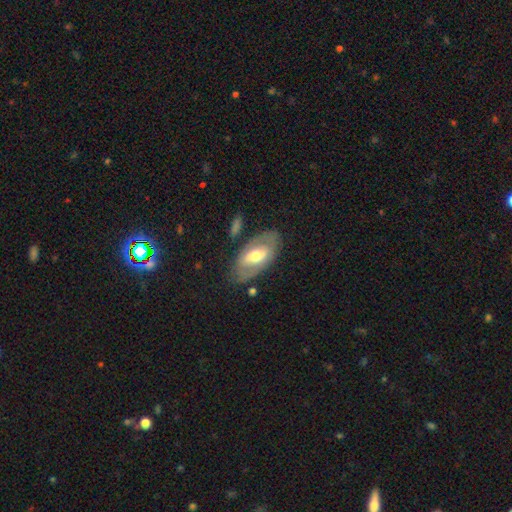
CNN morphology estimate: This appears to be a featured or disk galaxy (57%). Merging: none (72%).